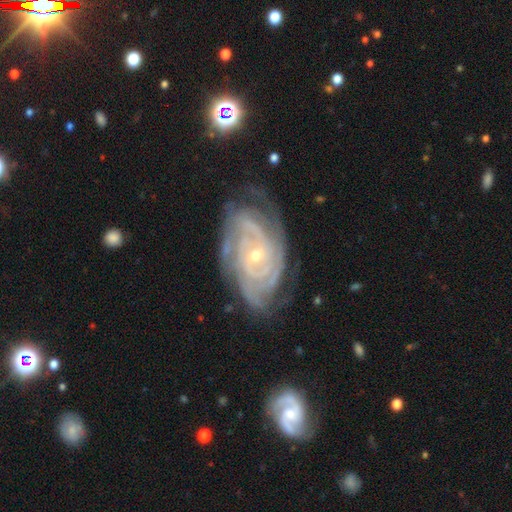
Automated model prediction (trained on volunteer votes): Smooth or featured: featured or disk — 91% (star or artifact — 5%)
Edge-on disk: no — 96% (yes — 4%)
Bar: no — 62% (weak — 28%)
Spiral arms: yes — 98% (no — 2%)
Spiral winding: tight — 77% (medium — 20%)
Spiral arm count: can't tell — 23% (tied with 3 — 23%)
Bulge size: small — 66% (moderate — 31%)
Merging: none — 70% (minor disturbance — 21%)